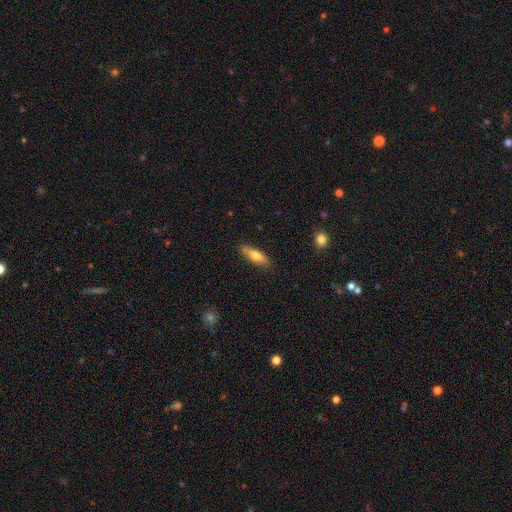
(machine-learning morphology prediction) smooth-or-featured: smooth: 64% | featured or disk: 30% | star or artifact: 6%
  how-rounded: cigar-shaped: 55% | in between: 43% | round: 2%
  merging: none: 85% | minor disturbance: 11% | major disturbance: 2% | merger: 1%